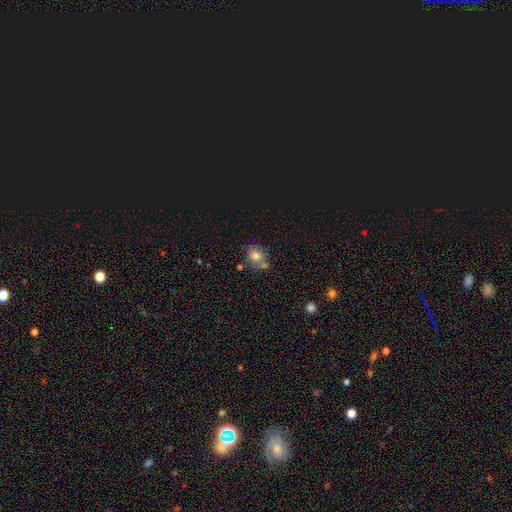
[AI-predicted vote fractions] This is likely a smooth galaxy (73%). How rounded: likely round (62%). Merging: possibly none (58%).